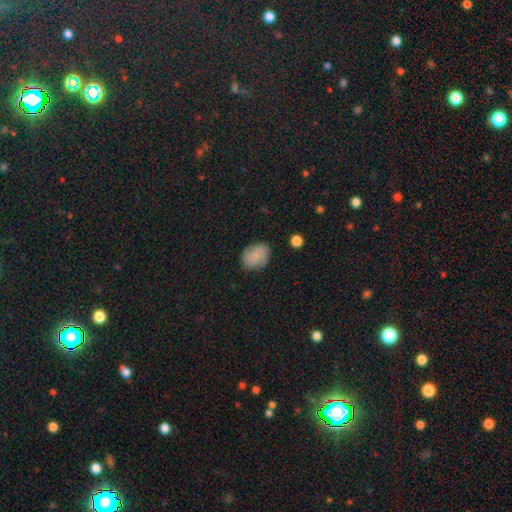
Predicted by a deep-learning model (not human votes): Q: Smooth or featured?
A: smooth (78%); runner-up: featured or disk (14%)
Q: How rounded?
A: in between (66%); runner-up: round (33%)
Q: Merging?
A: none (78%); runner-up: minor disturbance (17%)